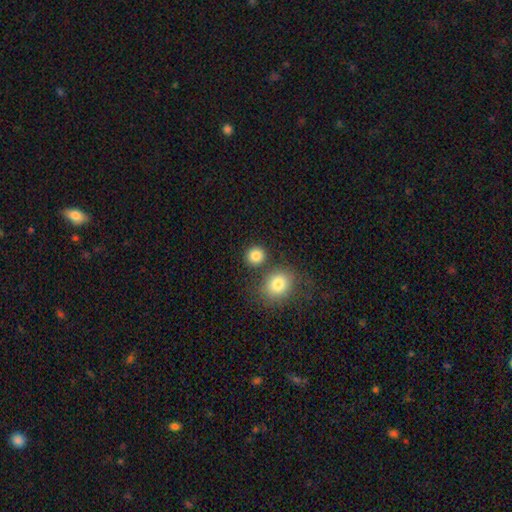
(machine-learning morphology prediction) type=smooth (84%); roundness=round (86%); merging=none (77%).